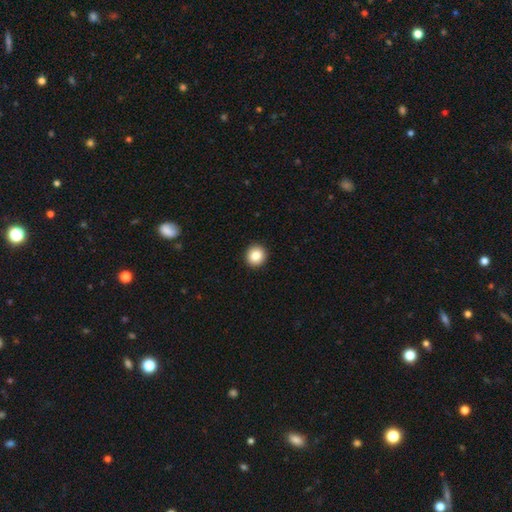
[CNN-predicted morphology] A smooth galaxy with no disk features (85%) that is round (93%).

Vote fractions:
- Smooth or featured? smooth: 85% / star or artifact: 9% / featured or disk: 7%
- How rounded? round: 93% / in between: 6% / cigar-shaped: 1%
- Merging? none: 93% / minor disturbance: 4% / major disturbance: 1% / merger: 1%